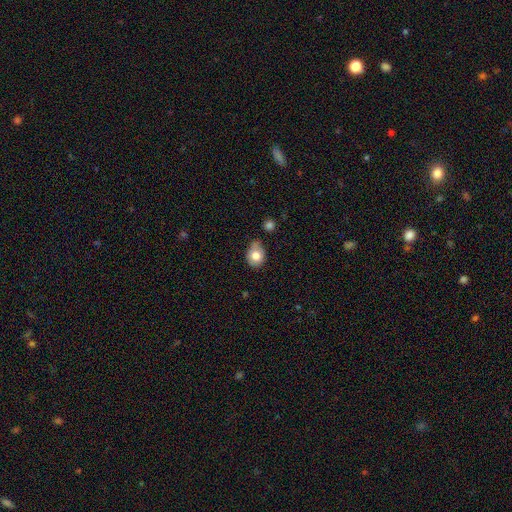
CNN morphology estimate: type=smooth (76%); roundness=in between (53%); merging=none (53%).